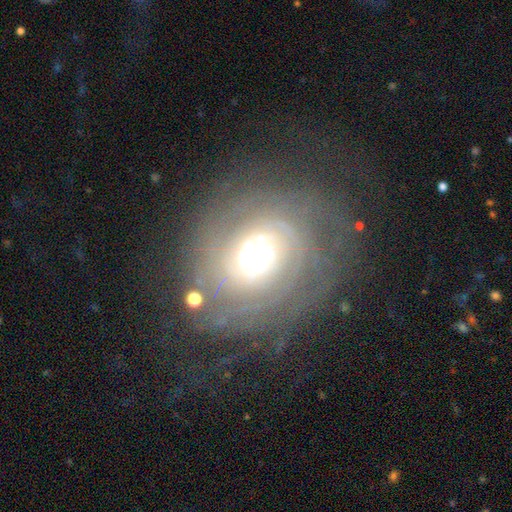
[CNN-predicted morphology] Smooth or featured? Predicted: featured or disk (p=0.79). Edge-on disk? Predicted: no (p=0.96). Bar? Predicted: no (p=0.71). Spiral arms? Predicted: yes (p=0.91). Spiral winding? Predicted: tight (p=0.74). Spiral arm count? Predicted: can't tell (p=0.41). Bulge size? Predicted: moderate (p=0.58). Merging? Predicted: none (p=0.70).